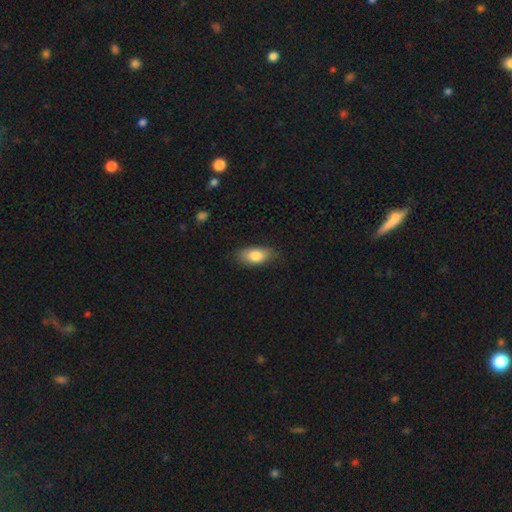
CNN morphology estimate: Overall: smooth (80%). How rounded: in between (89%). Merging: none (74%).